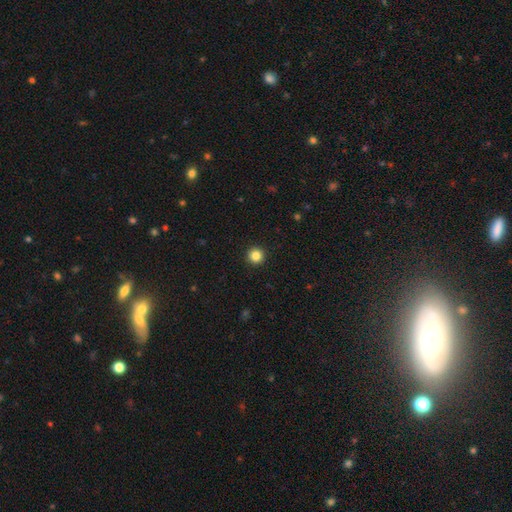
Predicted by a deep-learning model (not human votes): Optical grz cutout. It shows a smooth galaxy with no disk features (85%) that is round (96%). Merging: none (94%).